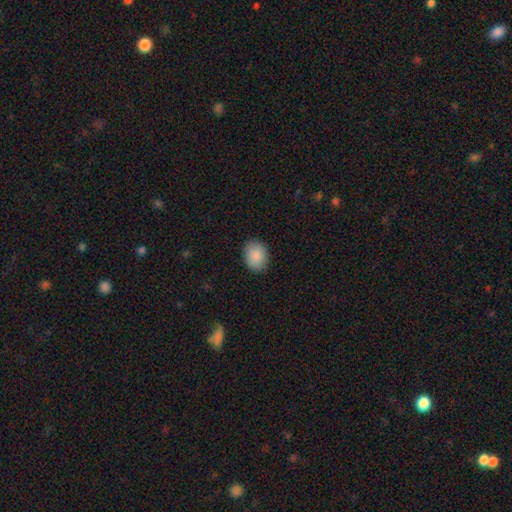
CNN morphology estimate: The model was most divided on "how rounded": in between: 63%, round: 36%, cigar-shaped: 1%. More confident: smooth or featured — smooth (88%); merging — none (87%).